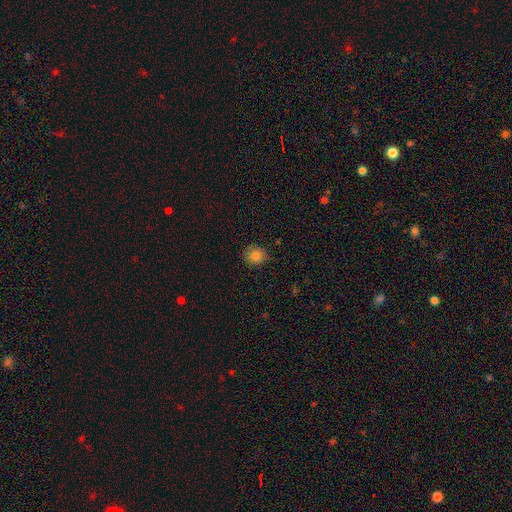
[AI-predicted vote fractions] Smooth or featured? smooth (82%)
How rounded? round (85%)
Merging? none (84%)